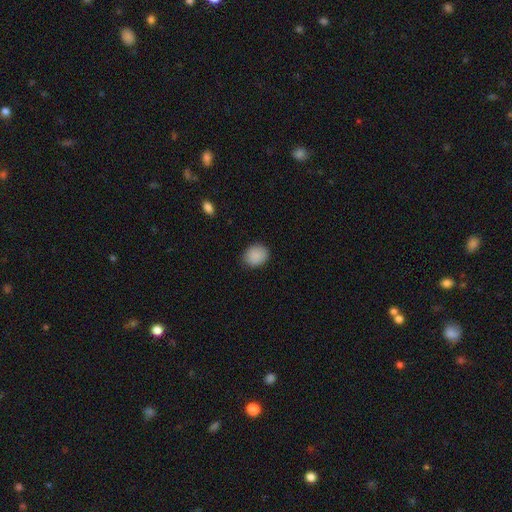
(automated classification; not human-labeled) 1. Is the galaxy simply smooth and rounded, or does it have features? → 89% smooth, 8% star or artifact, 3% featured or disk.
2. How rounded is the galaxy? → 61% round, 38% in between, 1% cigar-shaped.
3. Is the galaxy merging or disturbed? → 85% none, 12% minor disturbance, 3% major disturbance, 1% merger.